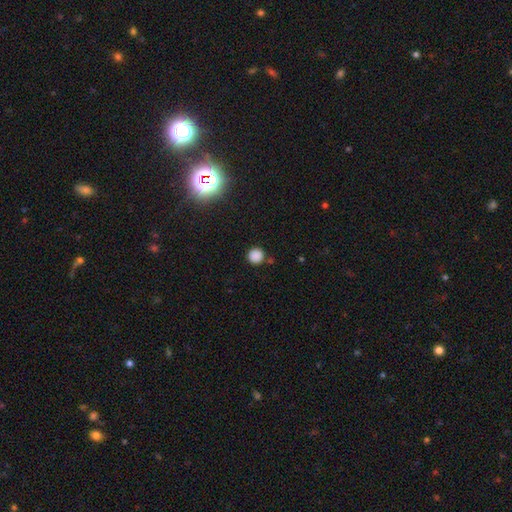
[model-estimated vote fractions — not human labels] A smooth galaxy with no disk features (83%) that is round (94%). Merging: none (85%).